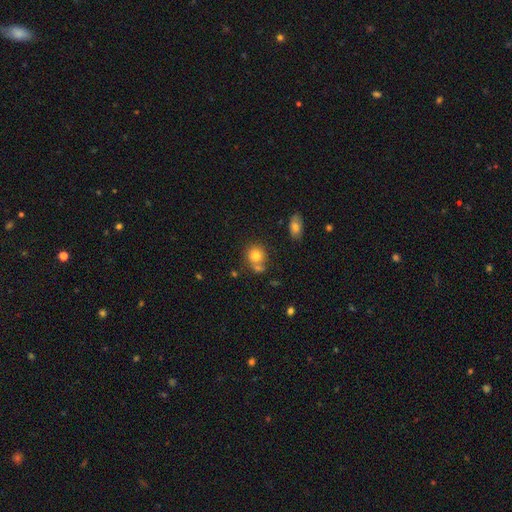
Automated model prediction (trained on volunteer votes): A smooth galaxy with no disk features (79%) that is round (83%). Merging: none (59%).